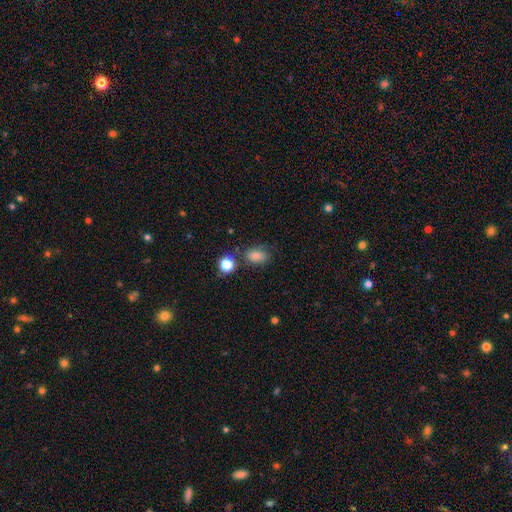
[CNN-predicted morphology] Smooth or featured? smooth (76%)
How rounded? in between (71%)
Merging? none (67%)